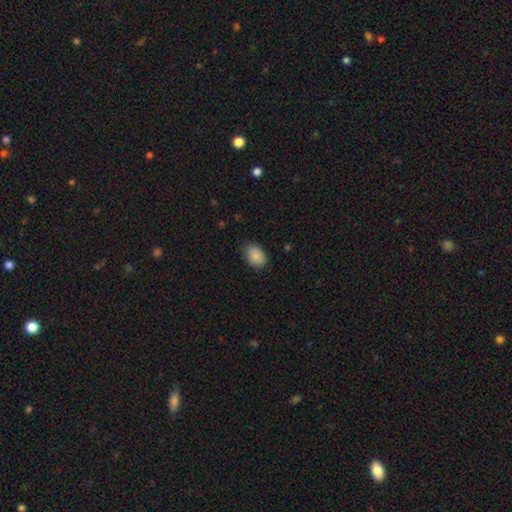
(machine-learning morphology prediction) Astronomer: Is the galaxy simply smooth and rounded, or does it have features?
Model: smooth — 89%.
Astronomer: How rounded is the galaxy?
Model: in between — 79%.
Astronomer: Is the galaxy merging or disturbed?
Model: none — 82%.